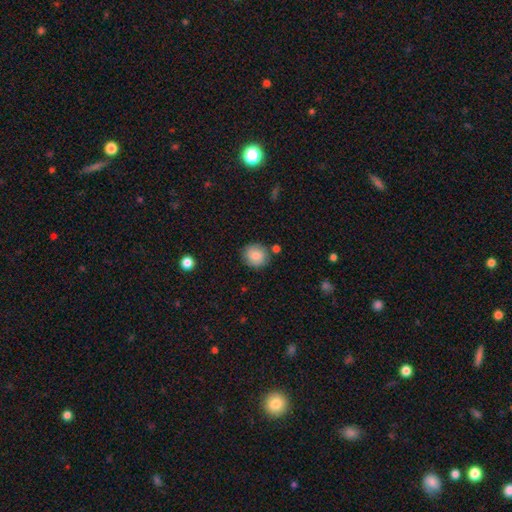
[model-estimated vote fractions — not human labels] Smooth or featured? smooth (82%)
How rounded? round (83%)
Merging? none (81%)